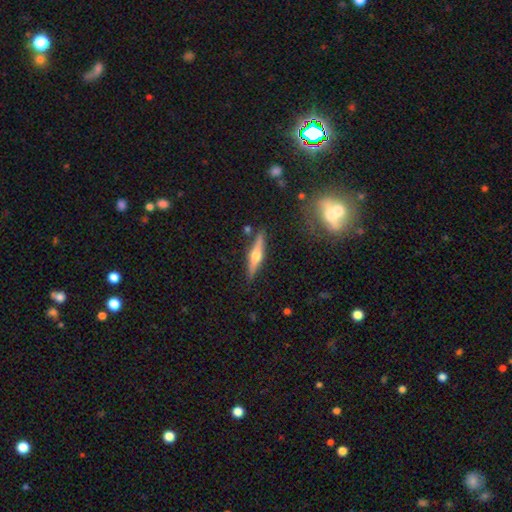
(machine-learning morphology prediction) Smooth or featured? featured or disk (63%)
Edge-on disk? yes (96%)
Edge-on bulge? rounded (94%)
Merging? none (86%)